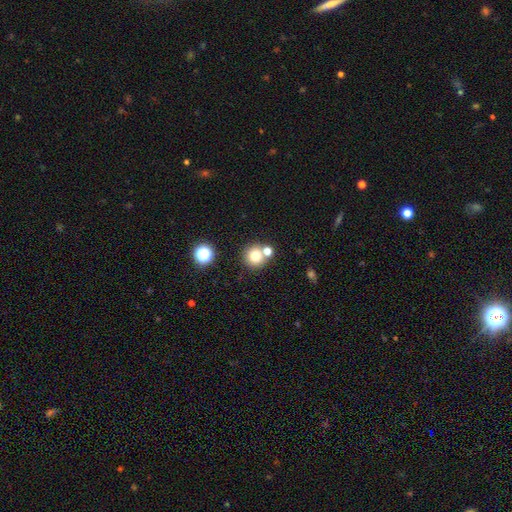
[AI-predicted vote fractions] This is likely a smooth galaxy (76%). How rounded: clearly round (92%). Merging: likely none (65%).